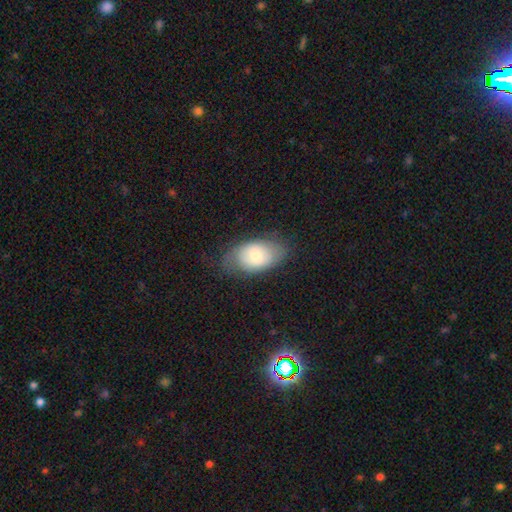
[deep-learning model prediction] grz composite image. It shows a smooth galaxy with no disk features (64%) that is in between round and cigar-shaped (89%). Merging: none (68%).